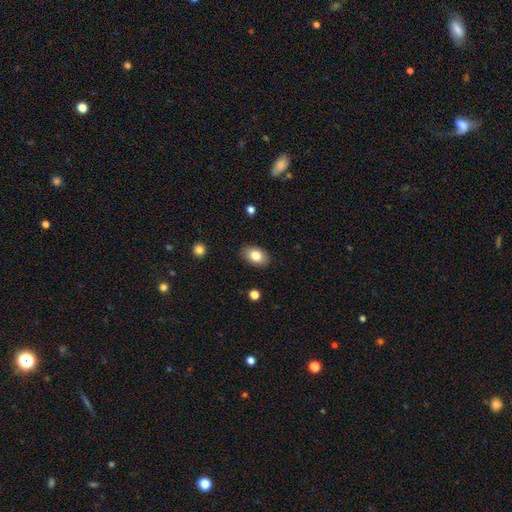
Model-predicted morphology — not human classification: smooth-or-featured: smooth: 82% | featured or disk: 10% | star or artifact: 8%
  how-rounded: in between: 86% | round: 13% | cigar-shaped: 1%
  merging: none: 87% | minor disturbance: 10% | major disturbance: 2% | merger: 1%